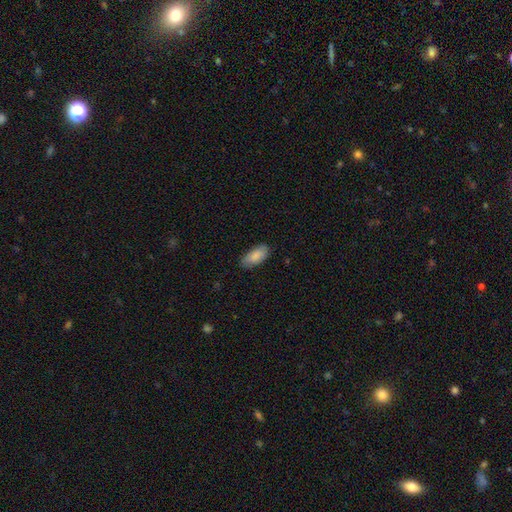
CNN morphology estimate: The model was most divided on "merging": none: 83%, minor disturbance: 14%, major disturbance: 2%, merger: 1%. More confident: how rounded — in between (90%); smooth or featured — smooth (87%).